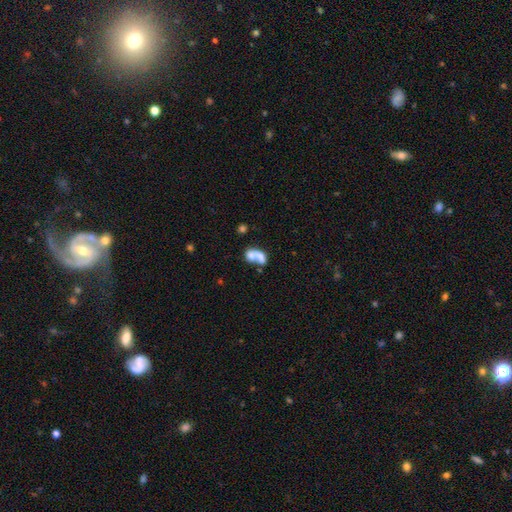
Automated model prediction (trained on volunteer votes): Overall: smooth (61%; featured or disk 29%). How rounded: in between (73%). Merging: merger (65%).